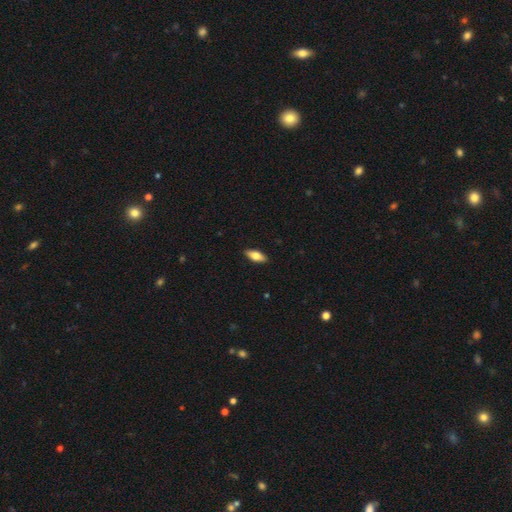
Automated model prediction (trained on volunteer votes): smooth_or_featured: smooth (p=0.74) [alt: featured or disk p=0.20]
how_rounded: in between (p=0.80) [alt: cigar-shaped p=0.17]
merging: none (p=0.90) [alt: minor disturbance p=0.08]